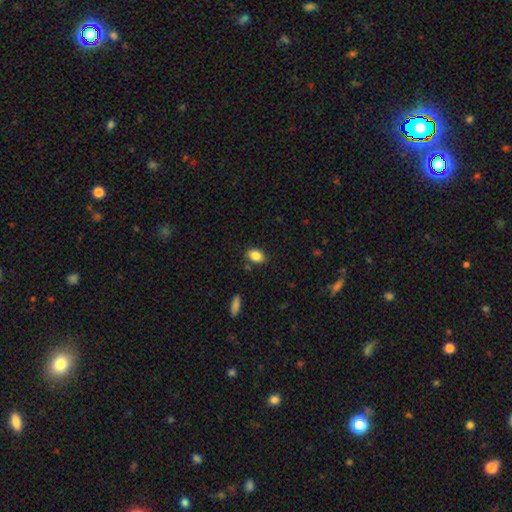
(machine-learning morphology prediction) Overall: smooth (85%). How rounded: in between (85%). Merging: none (84%).